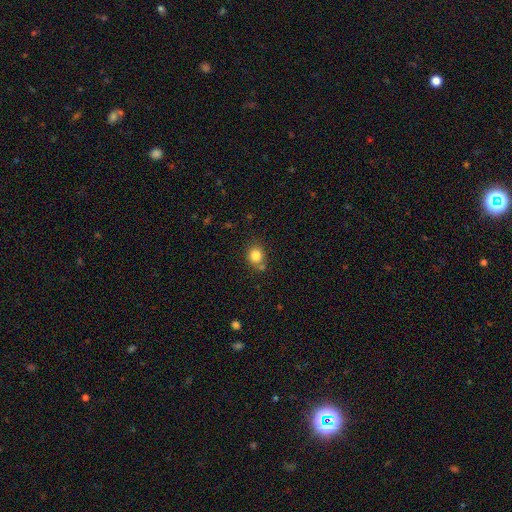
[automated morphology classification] A smooth galaxy with no disk features (83%) that is round (75%).

Vote fractions:
- Smooth or featured? smooth: 83% / star or artifact: 11% / featured or disk: 6%
- How rounded? round: 75% / in between: 24% / cigar-shaped: 1%
- Merging? none: 70% / minor disturbance: 15% / merger: 11% / major disturbance: 4%